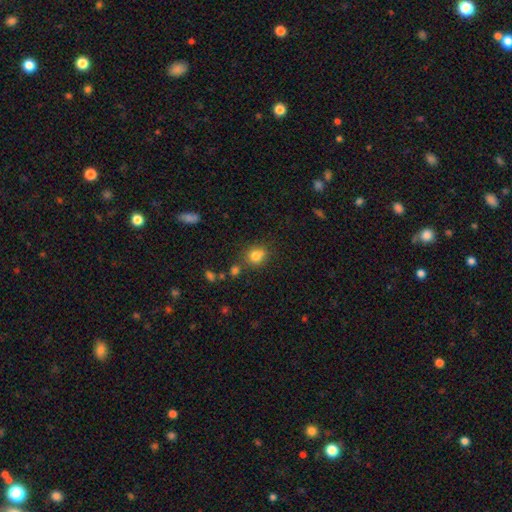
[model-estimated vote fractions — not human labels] A smooth galaxy with no disk features (80%) that is round (75%).

Vote fractions:
- Smooth or featured? smooth: 80% / star or artifact: 12% / featured or disk: 8%
- How rounded? round: 75% / in between: 24% / cigar-shaped: 1%
- Merging? none: 66% / minor disturbance: 16% / merger: 14% / major disturbance: 5%